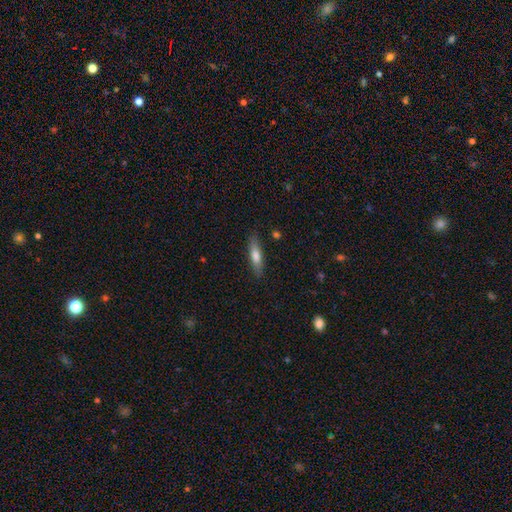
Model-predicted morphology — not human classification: smooth 68%, featured or disk 26%, star or artifact 6%. Down the decision tree: how rounded — cigar-shaped (68%); merging — none (86%).